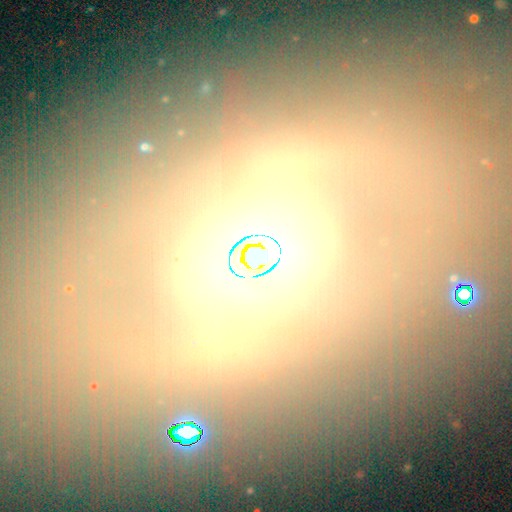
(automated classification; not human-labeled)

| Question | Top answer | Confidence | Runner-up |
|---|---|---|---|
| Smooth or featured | featured or disk | 41% | star or artifact (35%) |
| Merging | none | 83% | minor disturbance (8%) |